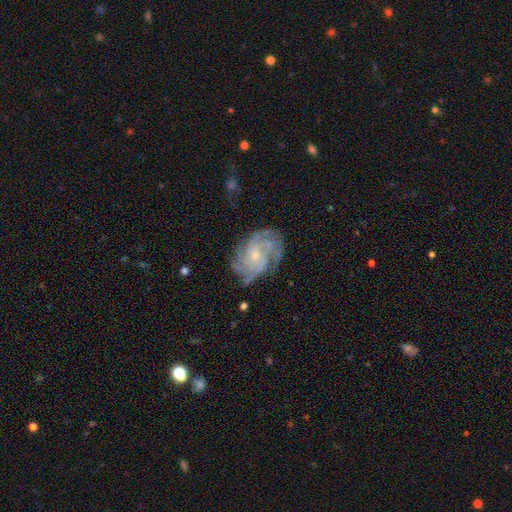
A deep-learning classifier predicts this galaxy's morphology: A featured or disk galaxy (84%) with no bar (74%), 4 (31%) tight (61%) spiral arms (97%) and a small central bulge (68%). Merging: none (75%).